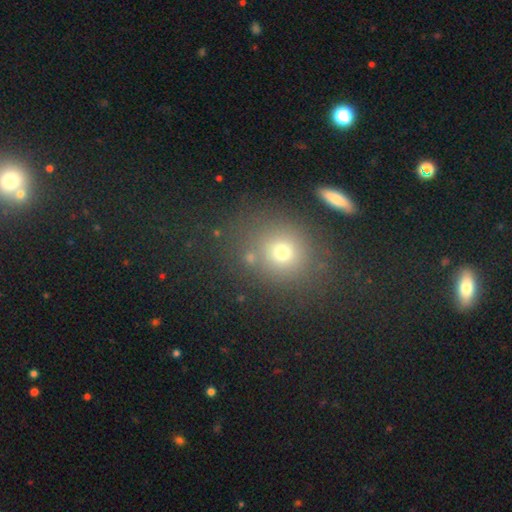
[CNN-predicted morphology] This is likely a smooth galaxy (65%). How rounded: likely round (77%). Merging: likely none (74%).